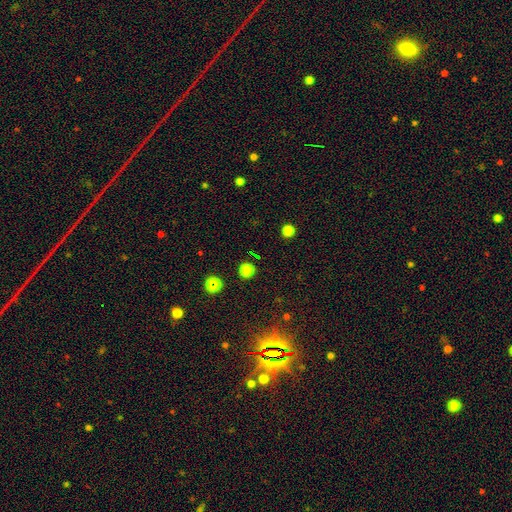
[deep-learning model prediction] Morphology: type=smooth (60%); roundness=round (92%); merging=none (90%).